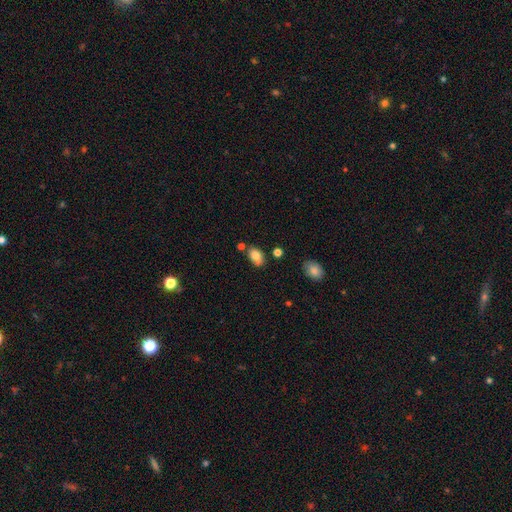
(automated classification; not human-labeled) smooth_or_featured: smooth (p=0.81) [alt: featured or disk p=0.11]
how_rounded: in between (p=0.90) [alt: round p=0.09]
merging: none (p=0.72) [alt: minor disturbance p=0.16]